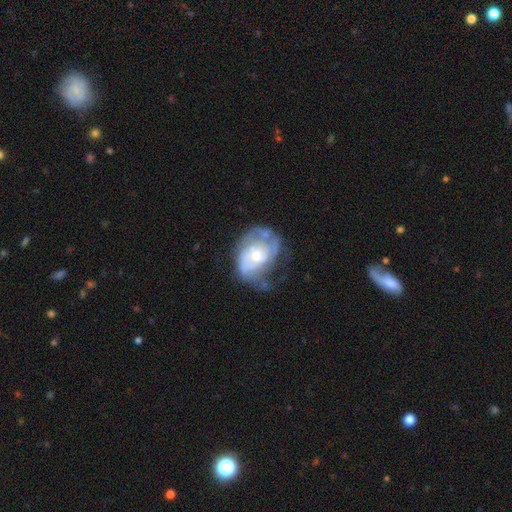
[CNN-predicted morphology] featured or disk 71%, smooth 23%, star or artifact 6%. Down the decision tree: edge-on disk — no (97%); bar — no (76%); spiral arms — yes (68%); bulge size — moderate (48%); merging — none (37%).